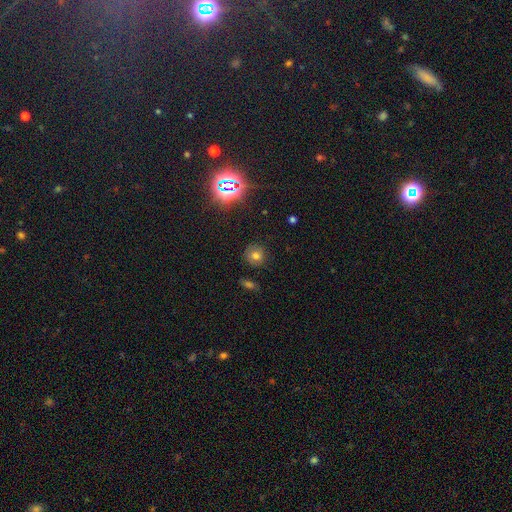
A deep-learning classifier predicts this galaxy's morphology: type=smooth (69%); roundness=round (89%); merging=none (86%).